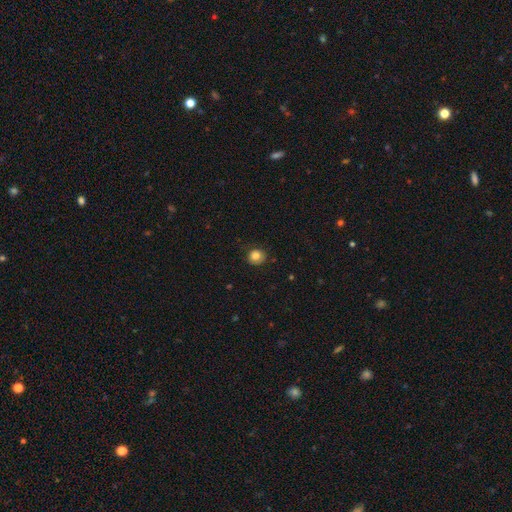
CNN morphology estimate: type=smooth (83%); roundness=round (84%); merging=none (81%).